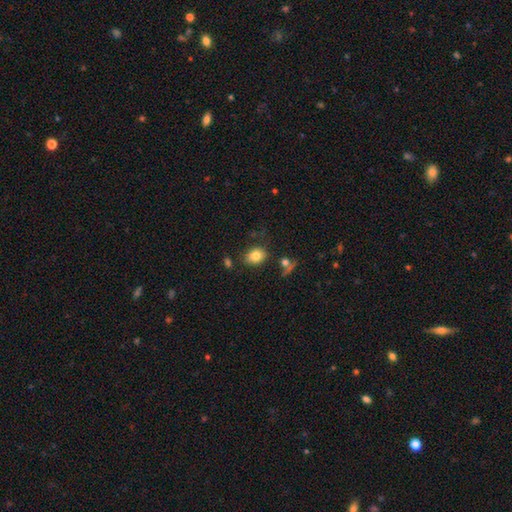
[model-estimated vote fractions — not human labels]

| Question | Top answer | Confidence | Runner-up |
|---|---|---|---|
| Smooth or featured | smooth | 81% | star or artifact (10%) |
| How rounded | in between | 63% | round (36%) |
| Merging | none | 75% | minor disturbance (14%) |